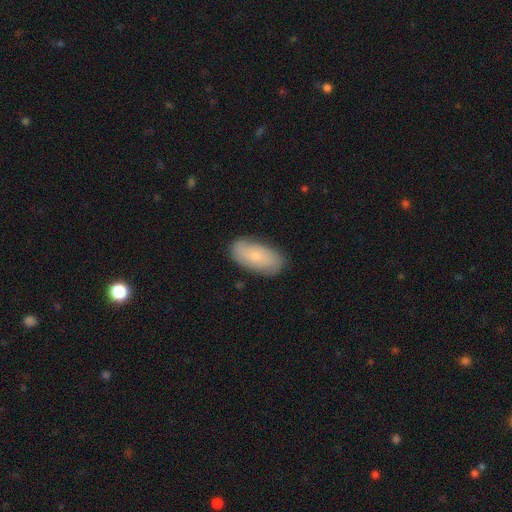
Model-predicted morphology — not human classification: A smooth galaxy with no disk features (67%) that is in between round and cigar-shaped (92%).

Vote fractions:
- Smooth or featured? smooth: 67% / featured or disk: 27% / star or artifact: 7%
- How rounded? in between: 92% / cigar-shaped: 5% / round: 3%
- Merging? none: 82% / minor disturbance: 14% / major disturbance: 3% / merger: 1%